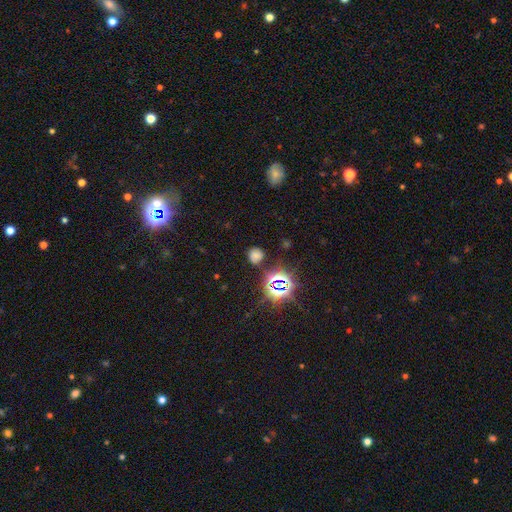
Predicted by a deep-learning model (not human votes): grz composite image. It shows a smooth galaxy with no disk features (59%) that is round (84%). Merging: none (78%).